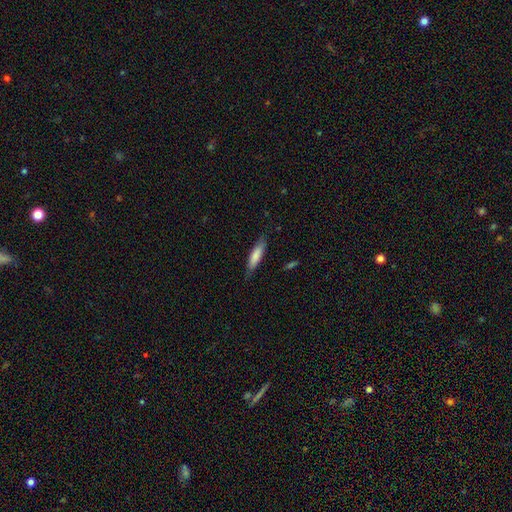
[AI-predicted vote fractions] Morphology: type=smooth (77%); roundness=cigar-shaped (69%); merging=none (79%).